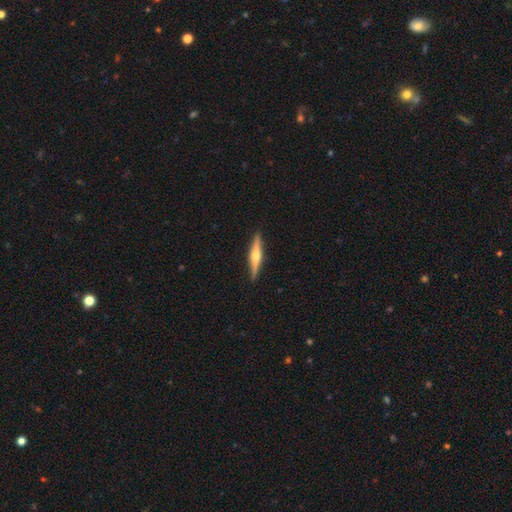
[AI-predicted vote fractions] Smooth or featured?
  - featured or disk: 71% *
  - smooth: 24%
  - star or artifact: 5%
Edge-on disk?
  - yes: 98% *
  - no: 2%
Edge-on bulge?
  - rounded: 91% *
  - boxy: 6%
  - none: 4%
Merging?
  - none: 91% *
  - minor disturbance: 7%
  - major disturbance: 1%
  - merger: 1%